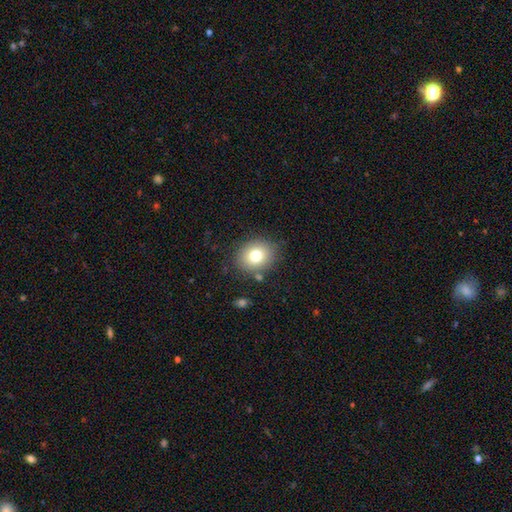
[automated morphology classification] A smooth galaxy with no disk features (77%) that is round (62%). Merging: none (84%).